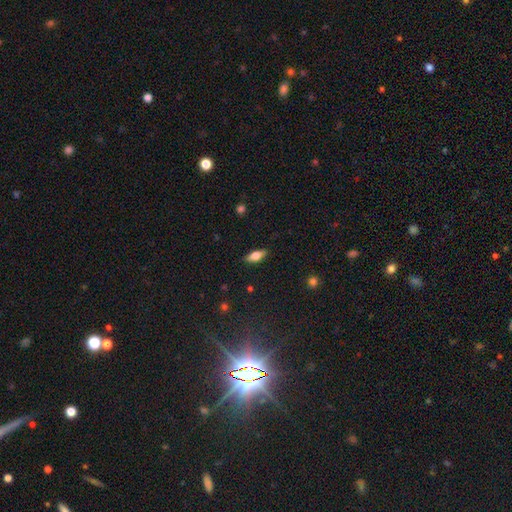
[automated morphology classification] smooth-or-featured: smooth: 66% | featured or disk: 27% | star or artifact: 7%
  how-rounded: in between: 75% | cigar-shaped: 22% | round: 3%
  merging: none: 88% | minor disturbance: 9% | major disturbance: 2% | merger: 1%